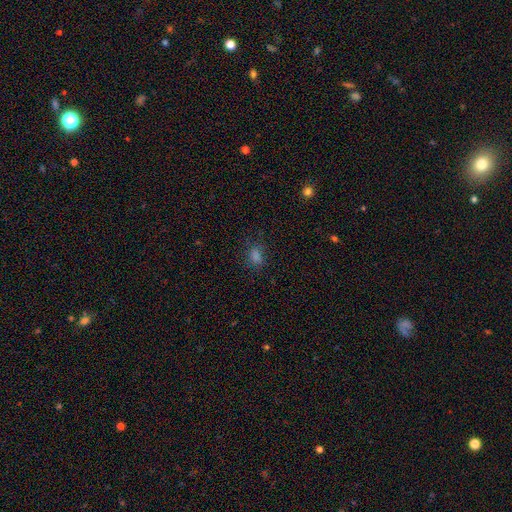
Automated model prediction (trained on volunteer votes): smooth-or-featured: smooth: 73% | star or artifact: 22% | featured or disk: 5%
  how-rounded: in between: 66% | round: 31% | cigar-shaped: 2%
  merging: none: 79% | minor disturbance: 14% | major disturbance: 5% | merger: 2%